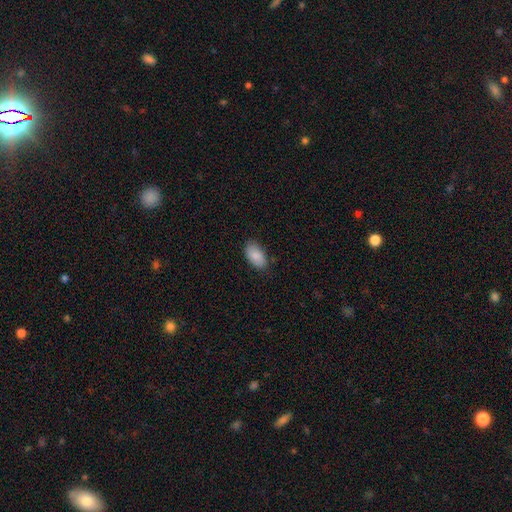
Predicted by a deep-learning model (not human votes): Smooth or featured? Predicted: smooth (p=0.89). How rounded? Predicted: in between (p=0.95). Merging? Predicted: none (p=0.82).